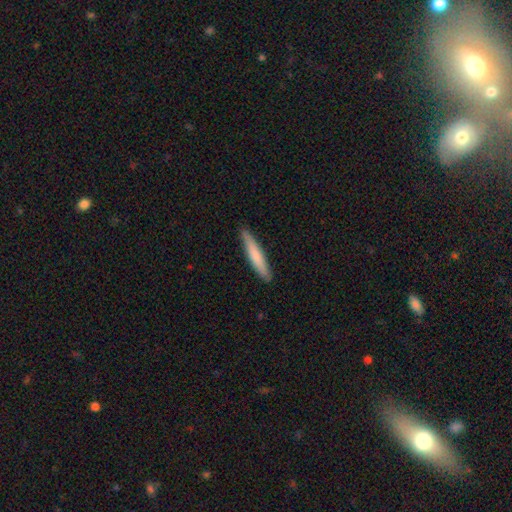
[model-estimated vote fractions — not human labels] smooth-or-featured: smooth: 70% | featured or disk: 25% | star or artifact: 5%
  how-rounded: cigar-shaped: 93% | in between: 6% | round: 1%
  merging: none: 90% | minor disturbance: 8% | major disturbance: 1% | merger: 1%